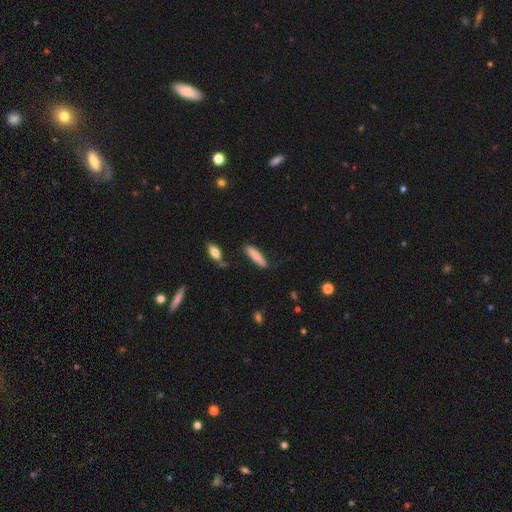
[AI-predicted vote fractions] This appears to be a smooth galaxy with no disk features (82%) that is cigar-shaped (75%). Merging: none (80%).